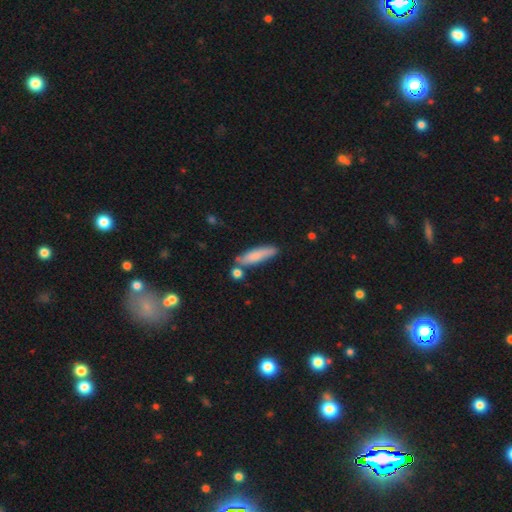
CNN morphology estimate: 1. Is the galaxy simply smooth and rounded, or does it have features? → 78% smooth, 15% featured or disk, 6% star or artifact.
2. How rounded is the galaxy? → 71% cigar-shaped, 27% in between, 2% round.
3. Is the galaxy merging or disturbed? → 70% none, 16% minor disturbance, 10% merger, 4% major disturbance.